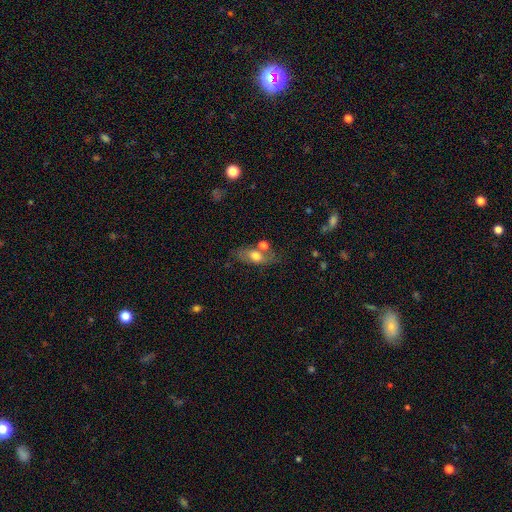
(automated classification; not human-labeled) A smooth galaxy with no disk features (63%) that is in between round and cigar-shaped (78%). Merging: none (51%).